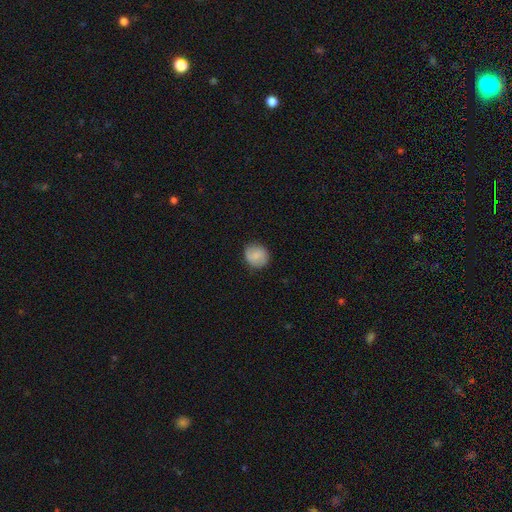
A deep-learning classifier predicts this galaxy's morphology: Smooth or featured: smooth — 74% (featured or disk — 18%)
How rounded: round — 82% (in between — 17%)
Merging: none — 85% (minor disturbance — 11%)